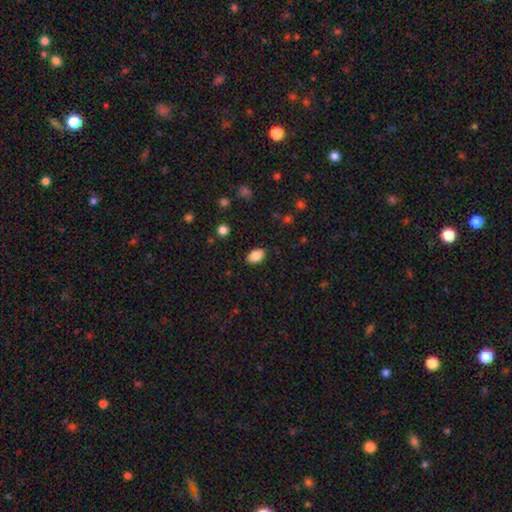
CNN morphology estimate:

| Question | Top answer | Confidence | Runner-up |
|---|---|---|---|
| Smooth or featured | smooth | 86% | star or artifact (8%) |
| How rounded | in between | 89% | round (10%) |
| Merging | none | 86% | minor disturbance (10%) |